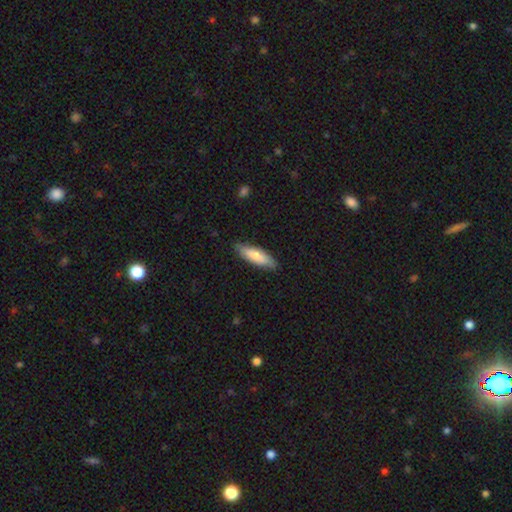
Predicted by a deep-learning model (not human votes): smooth_or_featured: smooth (p=0.79) [alt: featured or disk p=0.16]
how_rounded: cigar-shaped (p=0.54) [alt: in between p=0.44]
merging: none (p=0.85) [alt: minor disturbance p=0.12]